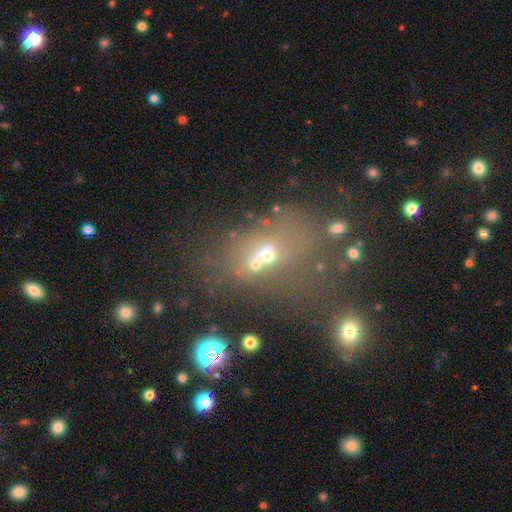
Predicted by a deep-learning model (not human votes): Morphology: type=smooth (43%); merging=merger (41%).